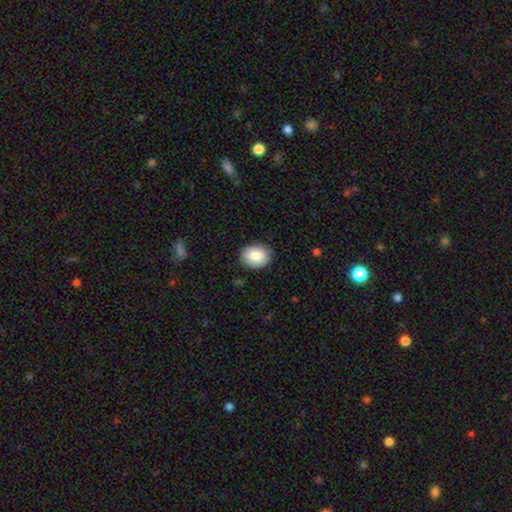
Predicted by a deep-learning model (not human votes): Overall: smooth (86%). How rounded: in between (56%; round 43%). Merging: none (88%).